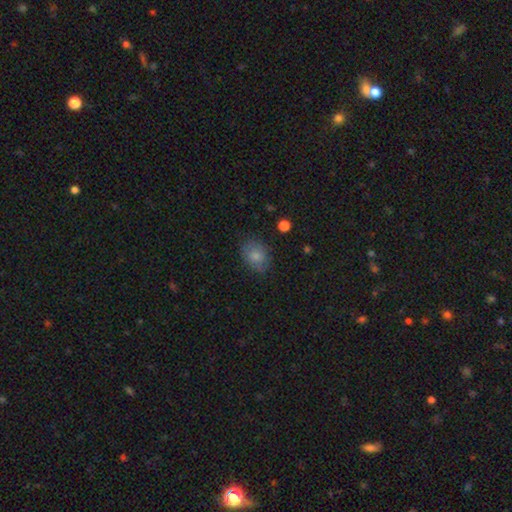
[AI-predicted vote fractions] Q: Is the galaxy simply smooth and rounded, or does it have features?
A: smooth — 82%.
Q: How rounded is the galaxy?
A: in between — 65%.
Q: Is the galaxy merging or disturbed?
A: none — 78%.